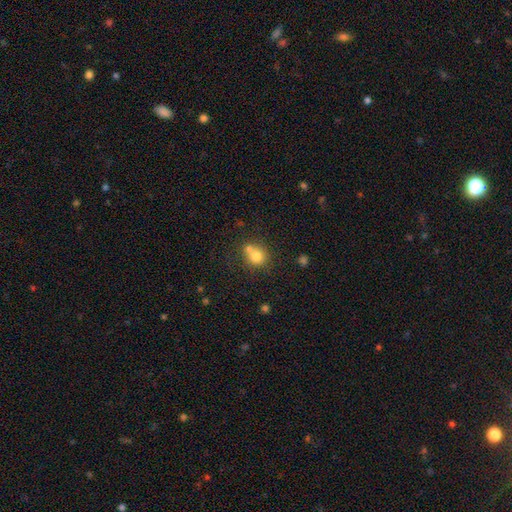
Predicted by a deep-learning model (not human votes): Smooth or featured? Predicted: smooth (p=0.76). How rounded? Predicted: round (p=0.78). Merging? Predicted: none (p=0.47).